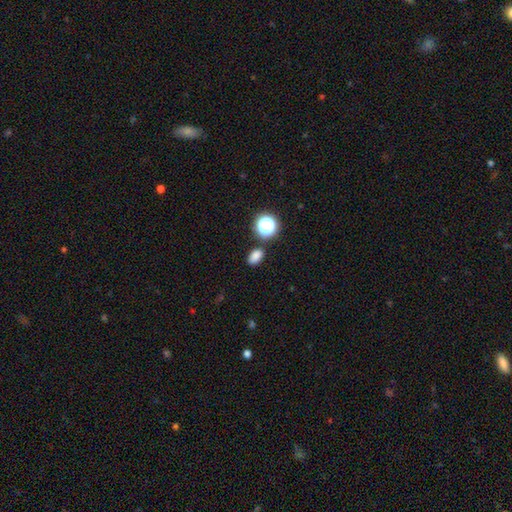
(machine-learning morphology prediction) Smooth or featured?
  - smooth: 79% *
  - star or artifact: 16%
  - featured or disk: 5%
How rounded?
  - in between: 79% *
  - round: 19%
  - cigar-shaped: 2%
Merging?
  - none: 81% *
  - minor disturbance: 11%
  - merger: 6%
  - major disturbance: 3%